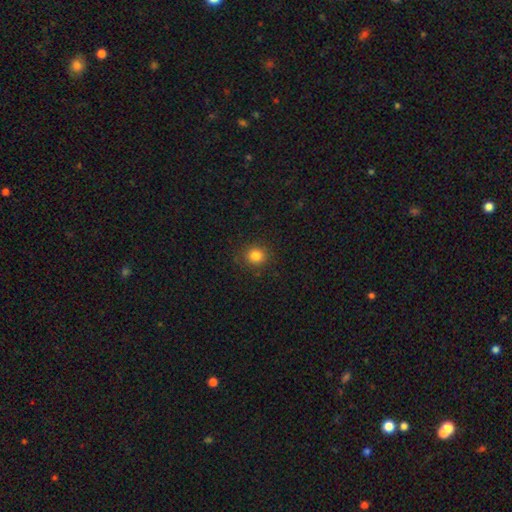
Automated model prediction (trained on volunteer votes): This appears to be a smooth galaxy with no disk features (83%) that is round (85%). Merging: none (87%).